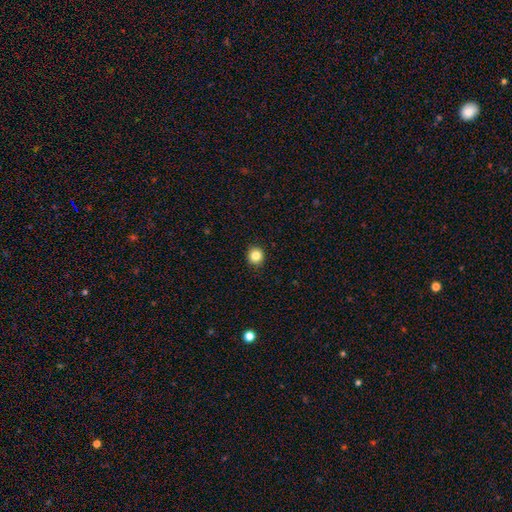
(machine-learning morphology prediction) smooth 84%, star or artifact 11%, featured or disk 5%. Down the decision tree: how rounded — round (92%); merging — none (92%).